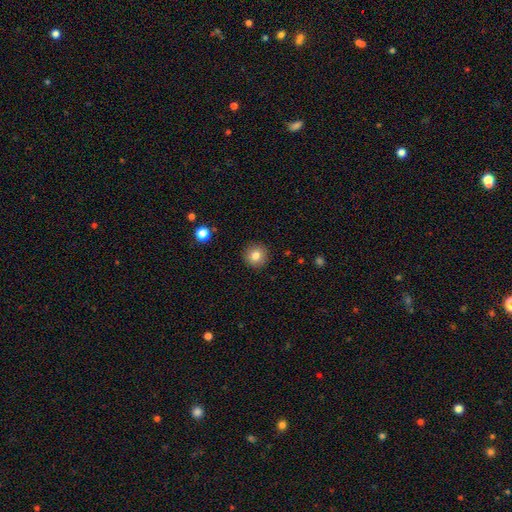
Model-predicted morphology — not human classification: Smooth or featured: smooth — 82% (star or artifact — 10%)
How rounded: round — 95% (in between — 4%)
Merging: none — 92% (minor disturbance — 5%)